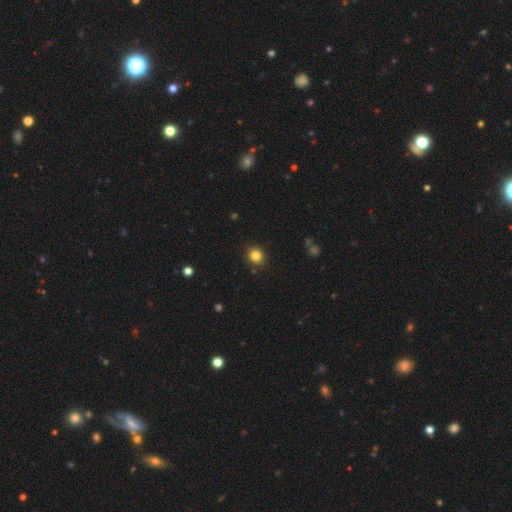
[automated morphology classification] Smooth or featured? smooth (83%)
How rounded? round (80%)
Merging? none (90%)